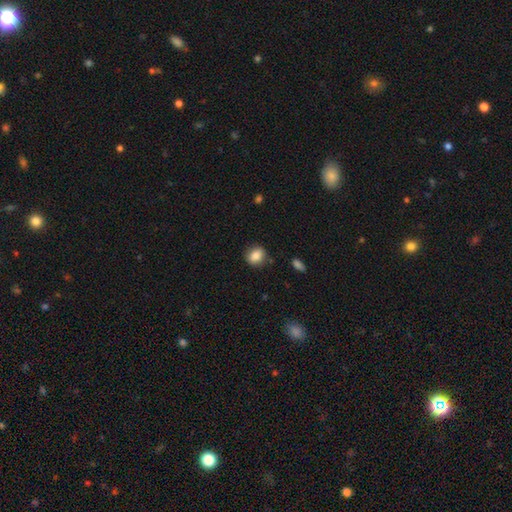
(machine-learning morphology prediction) A smooth galaxy with no disk features (85%) that is round (65%). Merging: none (83%).